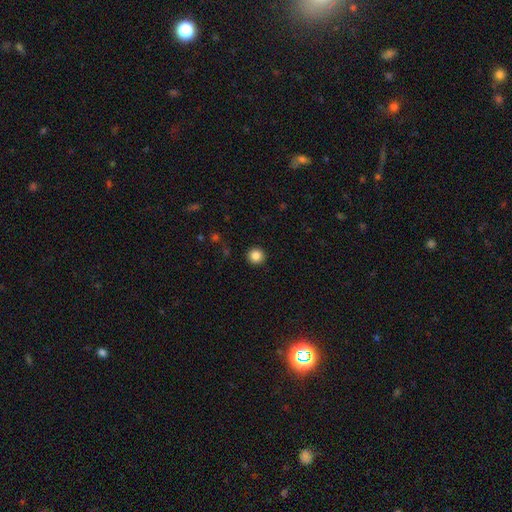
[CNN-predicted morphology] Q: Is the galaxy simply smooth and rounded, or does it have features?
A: smooth — 86%.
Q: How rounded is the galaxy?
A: round — 95%.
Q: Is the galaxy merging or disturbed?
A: none — 93%.